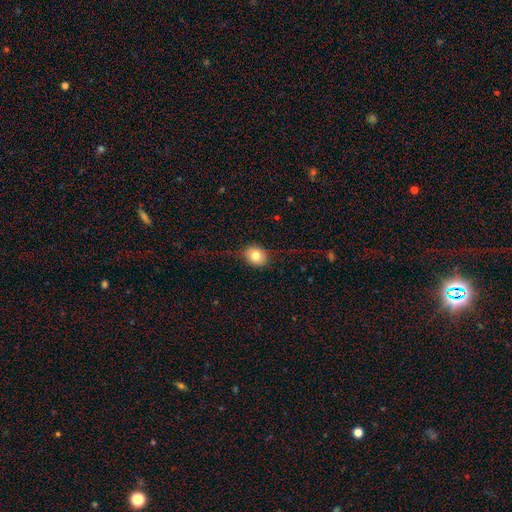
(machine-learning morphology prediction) A smooth galaxy with no disk features (79%) that is round (63%).

Vote fractions:
- Smooth or featured? smooth: 79% / featured or disk: 12% / star or artifact: 9%
- How rounded? round: 63% / in between: 36% / cigar-shaped: 1%
- Merging? none: 80% / minor disturbance: 14% / major disturbance: 5% / merger: 1%